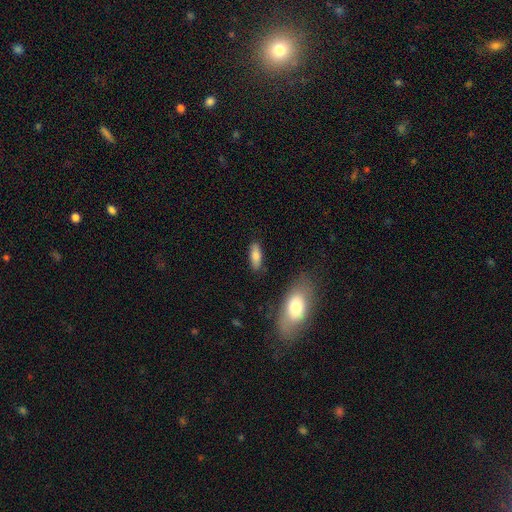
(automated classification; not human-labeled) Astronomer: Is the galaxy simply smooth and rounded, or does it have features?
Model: smooth — 81%.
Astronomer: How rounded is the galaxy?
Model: in between — 68%.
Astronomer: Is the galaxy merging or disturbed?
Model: none — 83%.